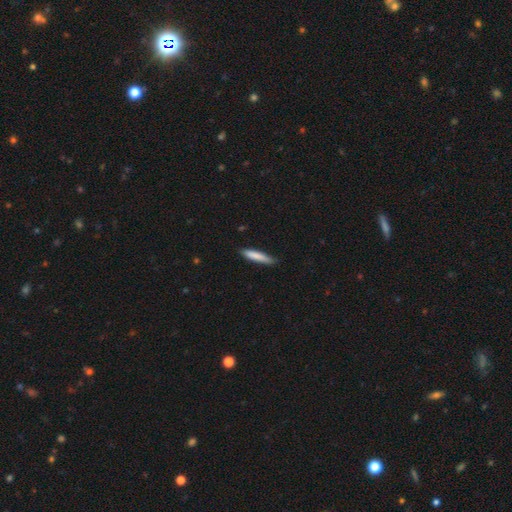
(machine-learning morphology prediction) smooth-or-featured: smooth: 81% | featured or disk: 13% | star or artifact: 6%
  how-rounded: cigar-shaped: 88% | in between: 11% | round: 1%
  merging: none: 81% | minor disturbance: 15% | major disturbance: 2% | merger: 1%